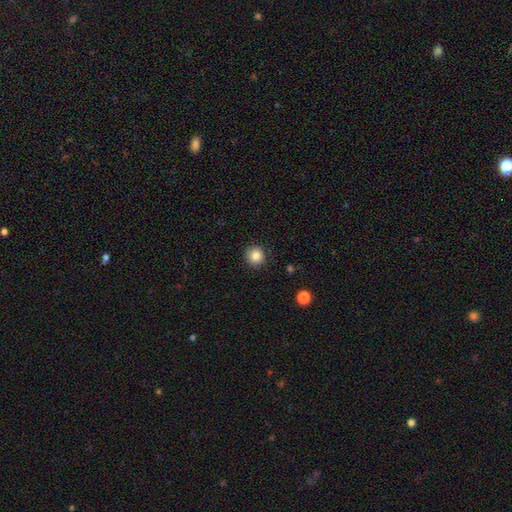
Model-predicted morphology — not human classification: Smooth or featured? Predicted: smooth (p=0.84). How rounded? Predicted: round (p=0.91). Merging? Predicted: none (p=0.88).